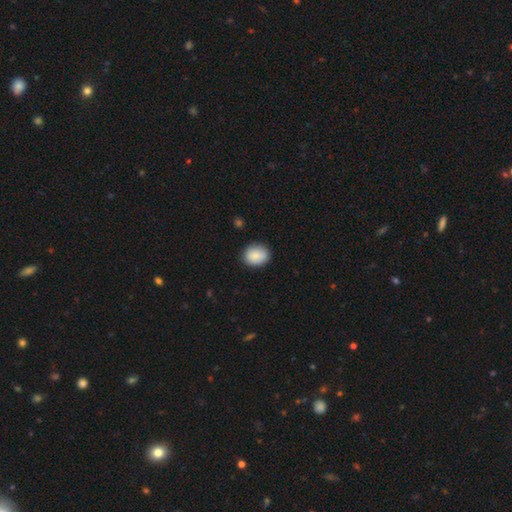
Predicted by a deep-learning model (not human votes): Smooth or featured? smooth (88%)
How rounded? round (51%)
Merging? none (86%)